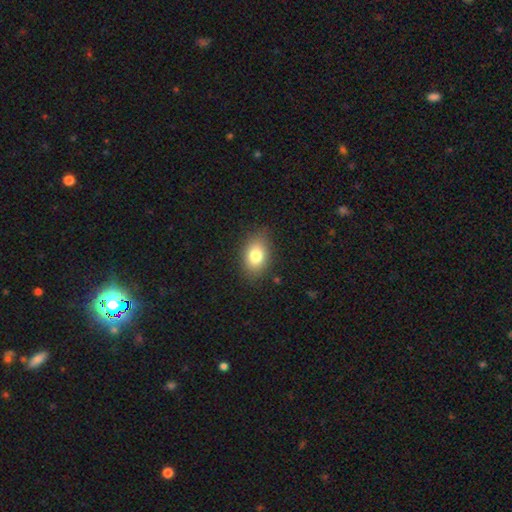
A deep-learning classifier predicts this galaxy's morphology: smooth_or_featured: smooth (p=0.79) [alt: featured or disk p=0.11]
how_rounded: in between (p=0.81) [alt: round p=0.17]
merging: none (p=0.82) [alt: minor disturbance p=0.14]